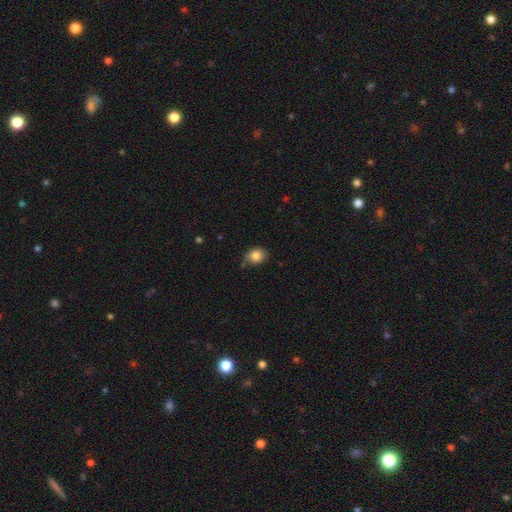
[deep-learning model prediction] Morphology: type=smooth (85%); roundness=round (54%); merging=none (68%).